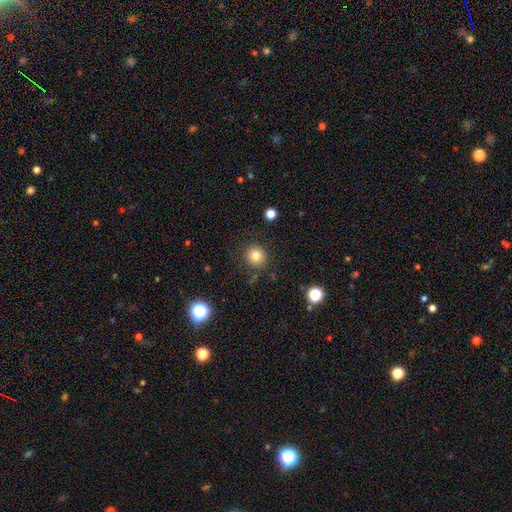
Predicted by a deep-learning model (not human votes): smooth-or-featured: smooth: 80% | star or artifact: 12% | featured or disk: 7%
  how-rounded: round: 93% | in between: 6% | cigar-shaped: 1%
  merging: none: 86% | minor disturbance: 9% | major disturbance: 3% | merger: 2%